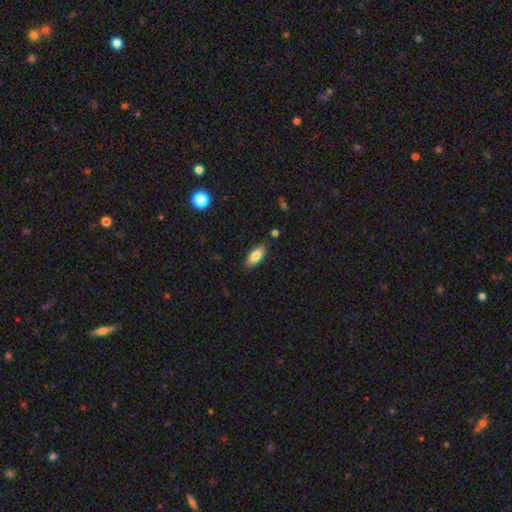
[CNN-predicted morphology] smooth-or-featured: smooth: 80% | featured or disk: 13% | star or artifact: 7%
  how-rounded: in between: 83% | cigar-shaped: 15% | round: 2%
  merging: none: 83% | minor disturbance: 12% | major disturbance: 2% | merger: 2%